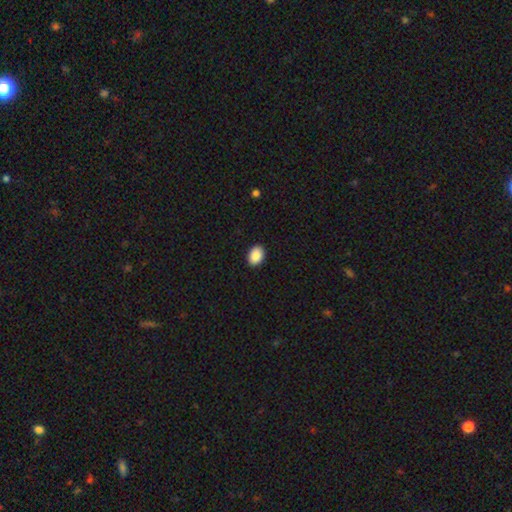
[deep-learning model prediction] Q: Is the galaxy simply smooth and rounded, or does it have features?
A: smooth — 90%.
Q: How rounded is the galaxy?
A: in between — 78%.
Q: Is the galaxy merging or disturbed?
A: none — 91%.